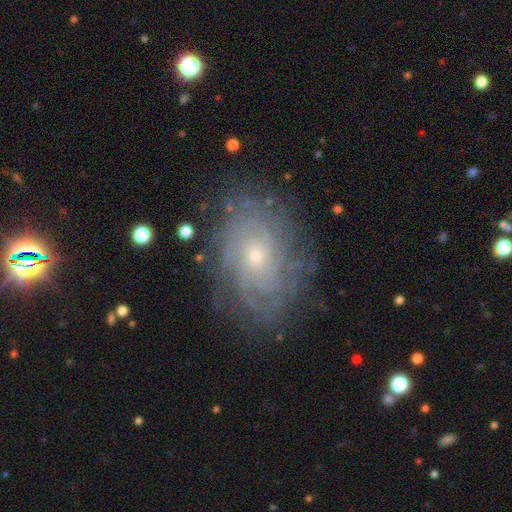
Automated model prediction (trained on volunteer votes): featured or disk 77%, smooth 14%, star or artifact 9%. Down the decision tree: edge-on disk — no (96%); bar — no (79%); spiral arms — yes (90%); spiral arm count — can't tell (52%); spiral winding — tight (72%); bulge size — small (64%); merging — none (79%).